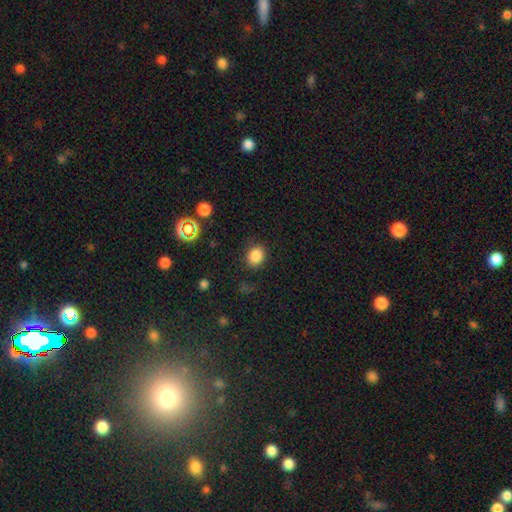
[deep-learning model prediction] The model was most divided on "how rounded": round: 59%, in between: 40%, cigar-shaped: 1%. More confident: merging — none (84%); smooth or featured — smooth (84%).